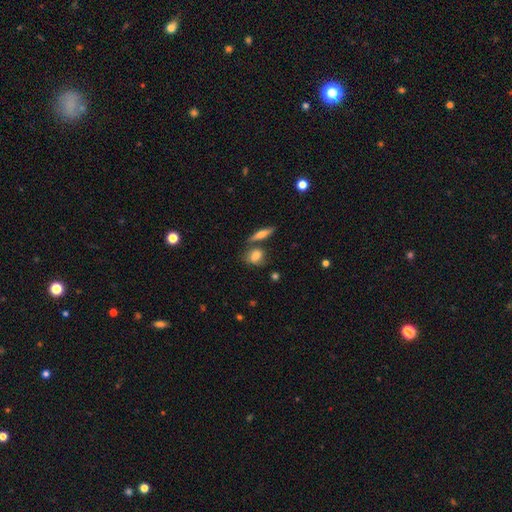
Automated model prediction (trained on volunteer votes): Overall: smooth (72%). How rounded: in between (49%; round 42%). Merging: none (64%).